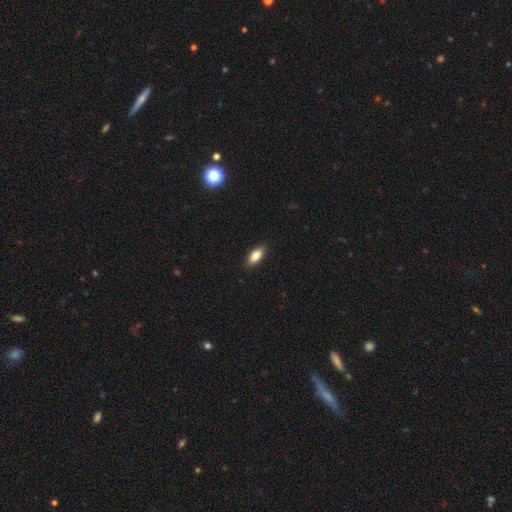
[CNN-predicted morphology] Smooth or featured: smooth — 85% (featured or disk — 8%)
How rounded: in between — 85% (cigar-shaped — 12%)
Merging: none — 88% (minor disturbance — 9%)